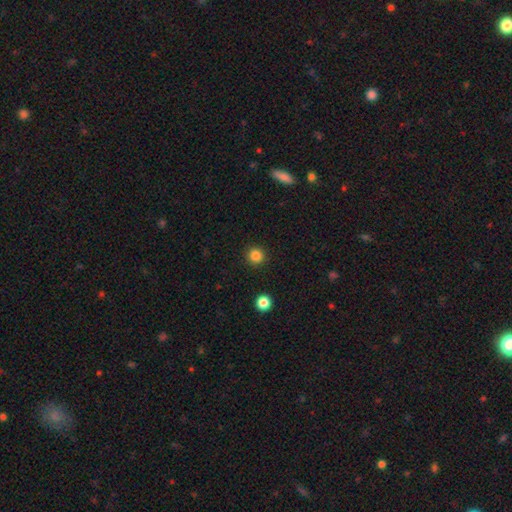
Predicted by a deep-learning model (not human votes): Smooth or featured? Predicted: smooth (p=0.83). How rounded? Predicted: round (p=0.95). Merging? Predicted: none (p=0.92).